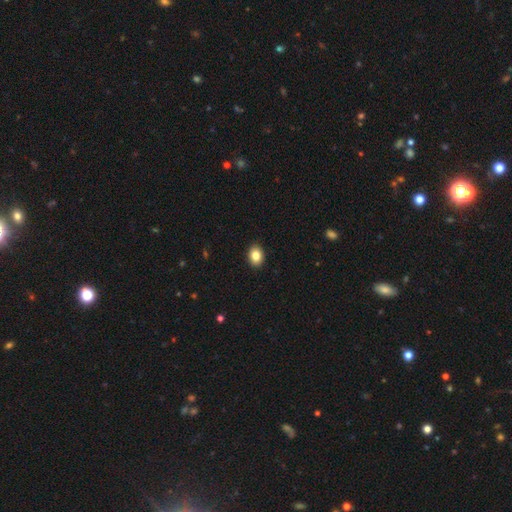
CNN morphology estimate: This is clearly a smooth galaxy (85%). How rounded: likely in between (73%). Merging: clearly none (91%).